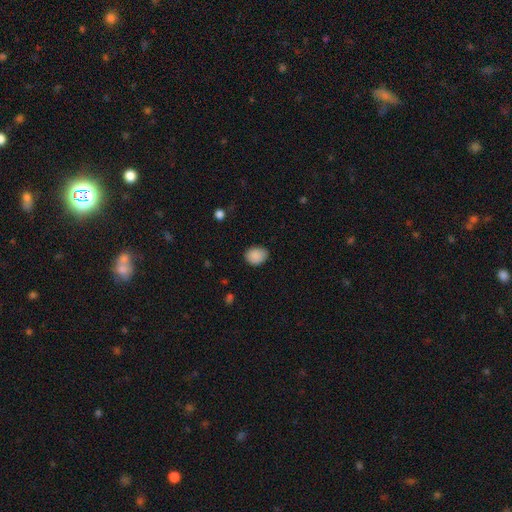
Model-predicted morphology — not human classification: Q: Smooth or featured?
A: smooth (88%); runner-up: star or artifact (8%)
Q: How rounded?
A: in between (52%); runner-up: round (47%)
Q: Merging?
A: none (79%); runner-up: minor disturbance (17%)